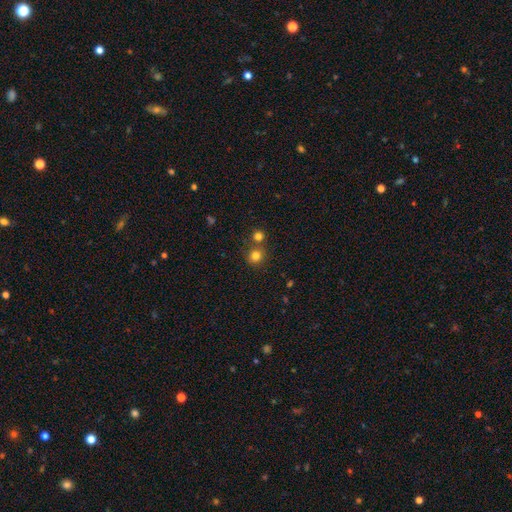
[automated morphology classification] type=smooth (79%); roundness=round (90%); merging=none (69%).